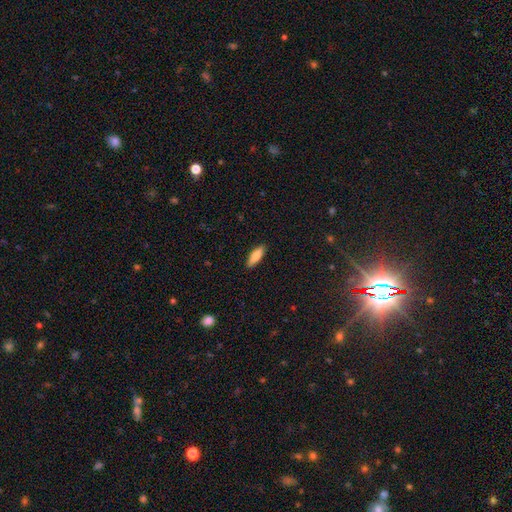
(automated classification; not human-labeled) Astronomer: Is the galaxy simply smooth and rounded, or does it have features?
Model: smooth — 78%.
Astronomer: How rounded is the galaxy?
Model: in between — 55% (runner-up: cigar-shaped, 43%).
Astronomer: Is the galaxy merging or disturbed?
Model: none — 90%.